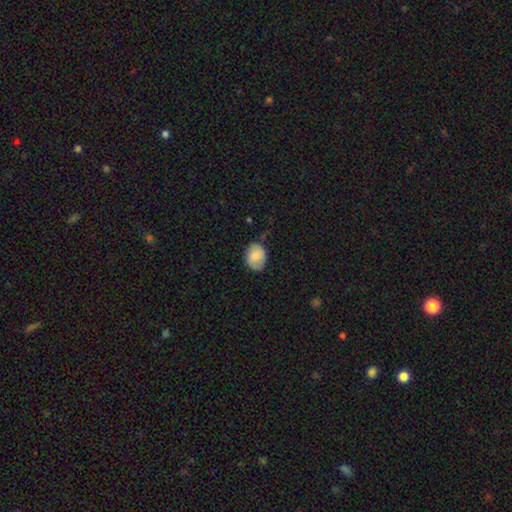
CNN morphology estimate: This is likely a smooth galaxy (70%). How rounded: possibly in between (55%). Merging: likely none (72%).